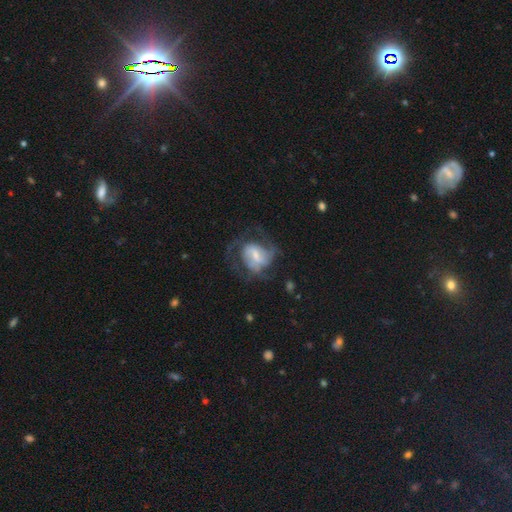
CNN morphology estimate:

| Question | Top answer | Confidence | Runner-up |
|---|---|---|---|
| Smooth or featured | featured or disk | 77% | smooth (16%) |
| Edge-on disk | no | 98% | yes (2%) |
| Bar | weak | 53% | strong (24%) |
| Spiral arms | yes | 89% | no (11%) |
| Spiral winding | medium | 47% | tight (31%) |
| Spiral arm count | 2 | 40% | can't tell (26%) |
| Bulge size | small | 43% | moderate (35%) |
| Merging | none | 52% | major disturbance (27%) |